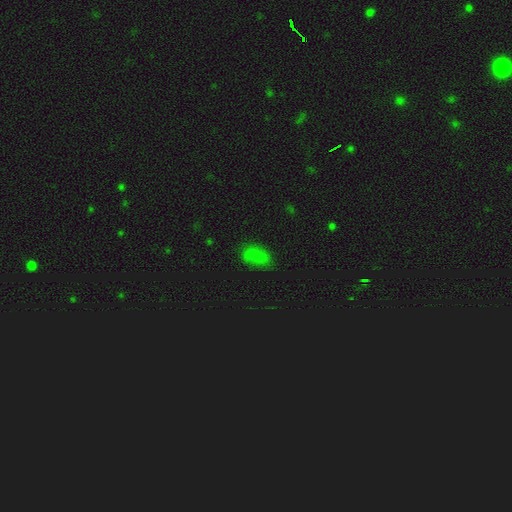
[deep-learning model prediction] A smooth galaxy with no disk features (73%) that is in between round and cigar-shaped (90%). Merging: none (71%).